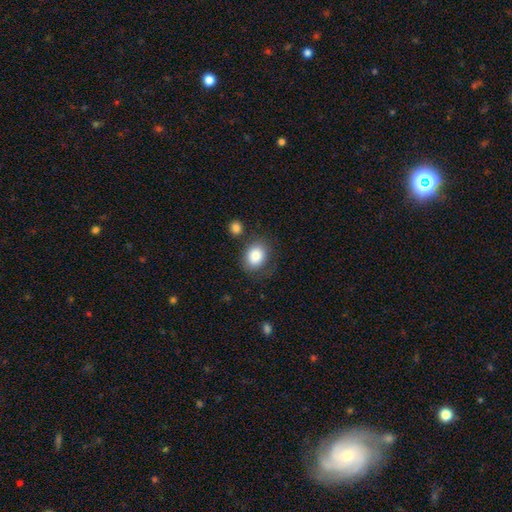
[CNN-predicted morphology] Smooth or featured? Predicted: smooth (p=0.84). How rounded? Predicted: in between (p=0.50). Merging? Predicted: none (p=0.70).